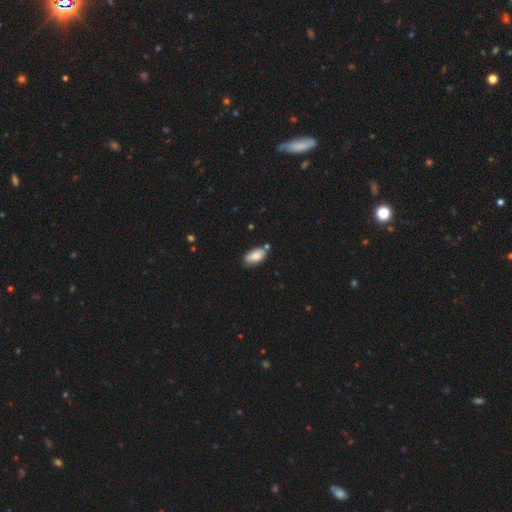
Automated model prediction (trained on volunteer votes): Smooth or featured: smooth — 85% (featured or disk — 8%)
How rounded: in between — 93% (cigar-shaped — 4%)
Merging: none — 68% (minor disturbance — 21%)